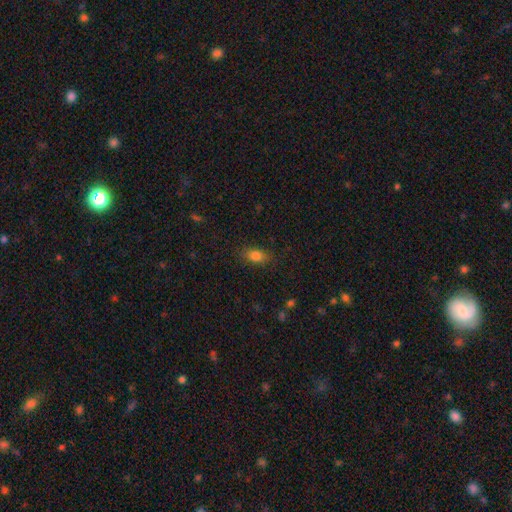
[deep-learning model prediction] Smooth or featured?
  - smooth: 81% *
  - star or artifact: 11%
  - featured or disk: 8%
How rounded?
  - in between: 82% *
  - round: 11%
  - cigar-shaped: 7%
Merging?
  - none: 84% *
  - minor disturbance: 12%
  - major disturbance: 3%
  - merger: 1%